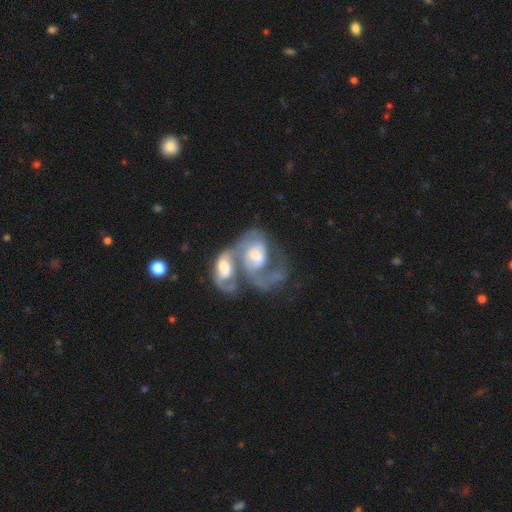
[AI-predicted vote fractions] Smooth or featured: featured or disk — 77% (smooth — 17%)
Edge-on disk: no — 96% (yes — 4%)
Bar: no — 53% (weak — 37%)
Spiral arms: yes — 85% (no — 15%)
Spiral winding: medium — 42% (loose — 29%)
Spiral arm count: 2 — 53% (can't tell — 23%)
Bulge size: moderate — 55% (large — 22%)
Merging: merger — 77% (major disturbance — 11%)